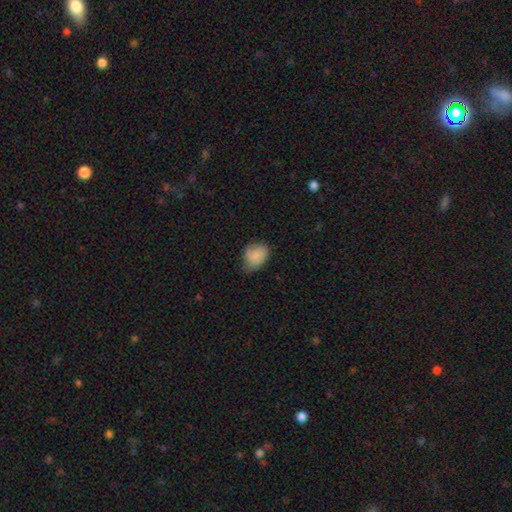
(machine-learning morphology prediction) Overall: smooth (80%). How rounded: in between (66%; round 33%). Merging: none (49%; minor disturbance 40%).